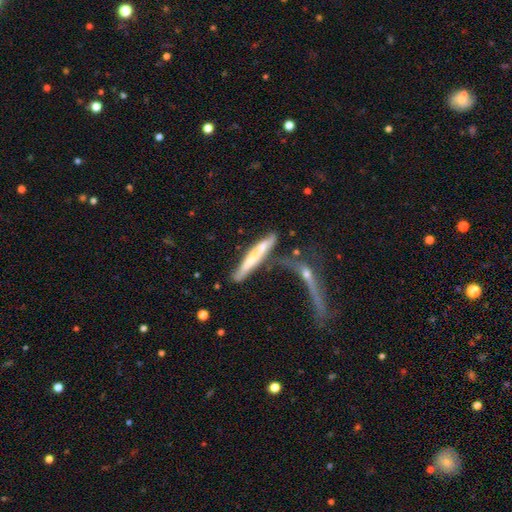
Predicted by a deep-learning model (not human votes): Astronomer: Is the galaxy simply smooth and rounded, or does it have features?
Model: smooth — 50% (runner-up: featured or disk, 42%).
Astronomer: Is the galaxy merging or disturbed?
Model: none — 46% (runner-up: merger, 26%).